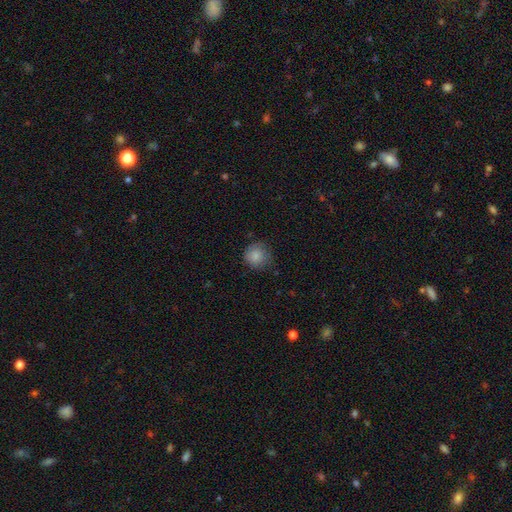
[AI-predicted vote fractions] Q: Smooth or featured?
A: smooth (85%); runner-up: star or artifact (8%)
Q: How rounded?
A: round (90%); runner-up: in between (9%)
Q: Merging?
A: none (69%); runner-up: minor disturbance (24%)